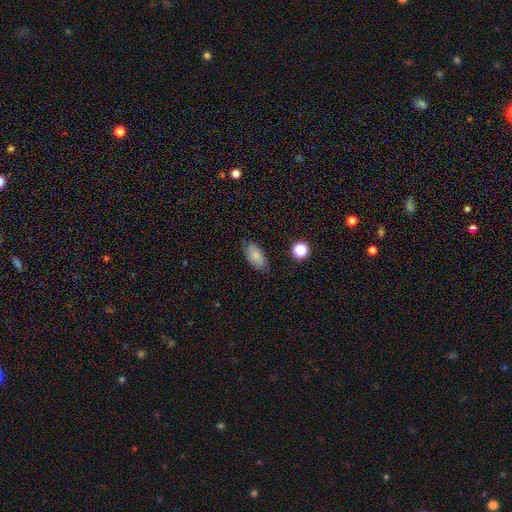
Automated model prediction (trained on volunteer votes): Smooth or featured? smooth (72%)
How rounded? in between (90%)
Merging? none (78%)